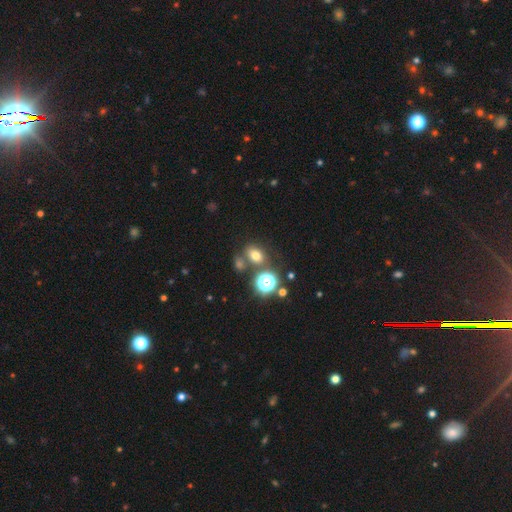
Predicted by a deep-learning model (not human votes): Smooth or featured: smooth — 68% (star or artifact — 22%)
How rounded: in between — 57% (round — 42%)
Merging: none — 67% (merger — 16%)